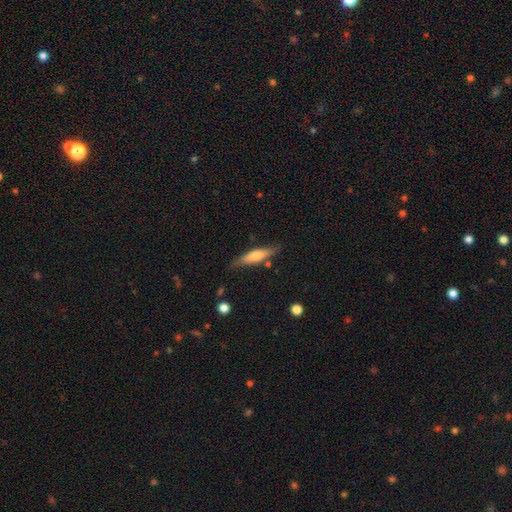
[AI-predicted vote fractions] A smooth galaxy with no disk features (55%) that is cigar-shaped (73%). Merging: none (78%).